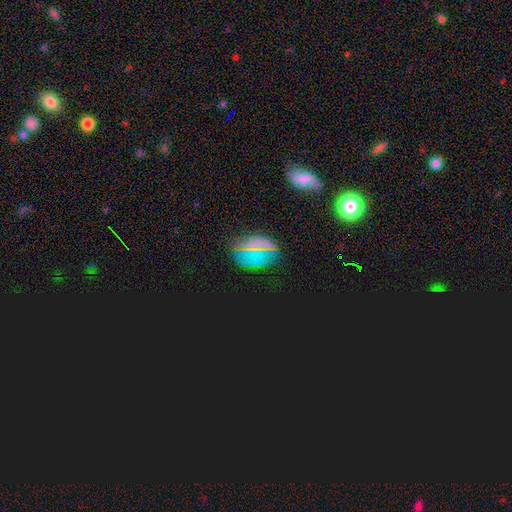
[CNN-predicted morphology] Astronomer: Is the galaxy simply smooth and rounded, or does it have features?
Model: smooth — 39% (runner-up: star or artifact, 38%).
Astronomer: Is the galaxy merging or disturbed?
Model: none — 60%.